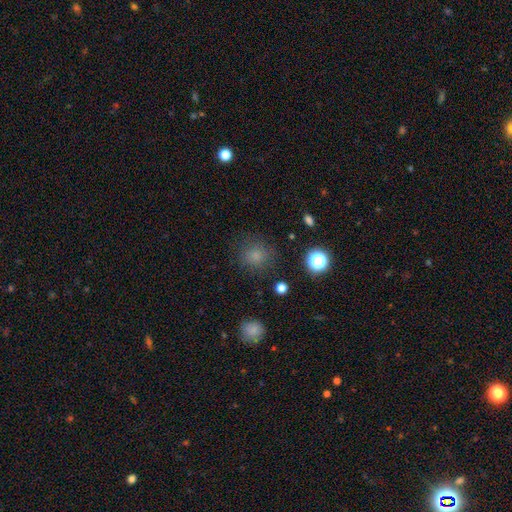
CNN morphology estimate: This appears to be a smooth galaxy with no disk features (78%) that is round (88%). Merging: none (82%).